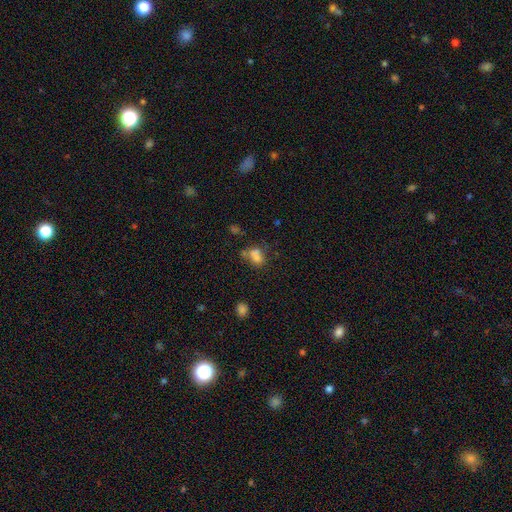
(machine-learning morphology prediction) smooth_or_featured: smooth (p=0.71) [alt: featured or disk p=0.15]
how_rounded: in between (p=0.55) [alt: round p=0.44]
merging: merger (p=0.43) [alt: none p=0.34]